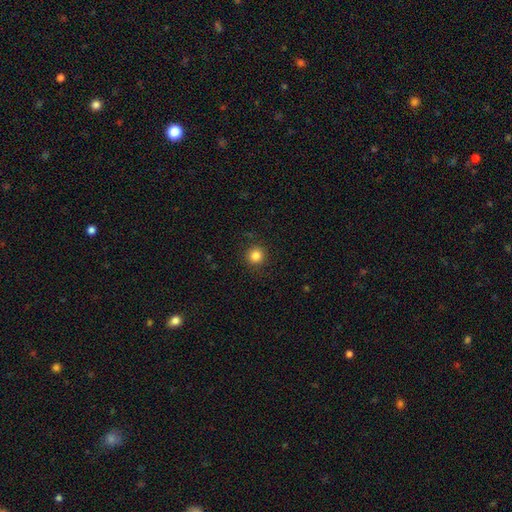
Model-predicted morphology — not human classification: smooth-or-featured: smooth: 84% | star or artifact: 12% | featured or disk: 5%
  how-rounded: round: 95% | in between: 5% | cigar-shaped: 1%
  merging: none: 90% | minor disturbance: 6% | major disturbance: 2% | merger: 1%